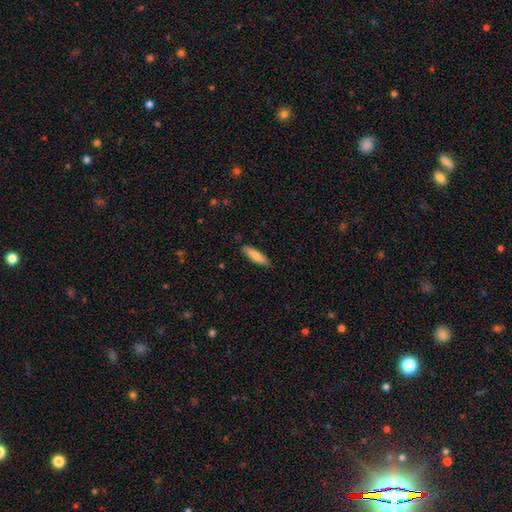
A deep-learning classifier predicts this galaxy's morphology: Smooth or featured: smooth — 82% (featured or disk — 13%)
How rounded: cigar-shaped — 61% (in between — 37%)
Merging: none — 87% (minor disturbance — 10%)